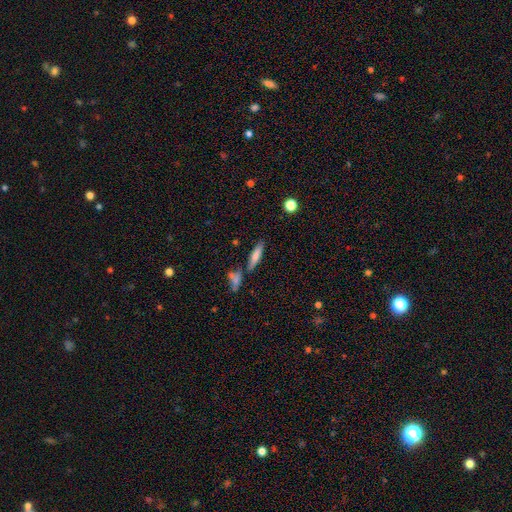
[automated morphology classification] smooth-or-featured: smooth: 67% | featured or disk: 24% | star or artifact: 8%
  how-rounded: cigar-shaped: 76% | in between: 22% | round: 2%
  merging: none: 65% | merger: 18% | minor disturbance: 13% | major disturbance: 4%